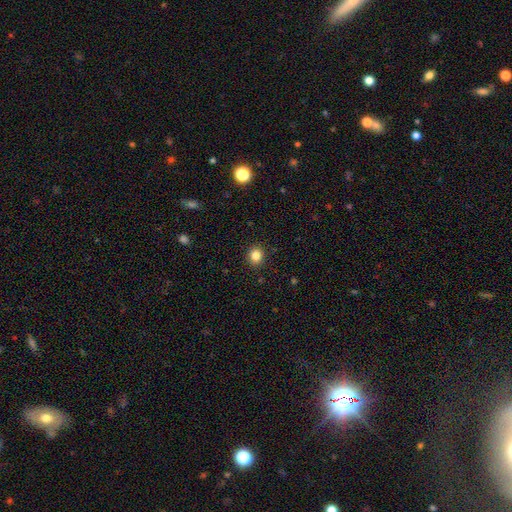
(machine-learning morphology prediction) Smooth or featured: smooth — 84% (star or artifact — 11%)
How rounded: round — 81% (in between — 18%)
Merging: none — 91% (minor disturbance — 6%)